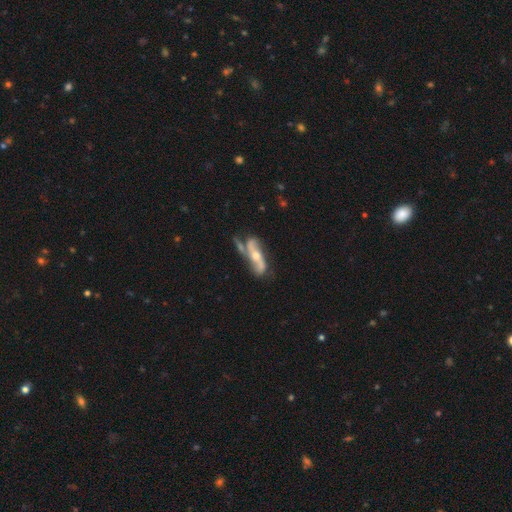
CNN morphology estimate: Smooth or featured?
  - featured or disk: 74% *
  - smooth: 20%
  - star or artifact: 6%
Edge-on disk?
  - no: 78% *
  - yes: 22%
Bar?
  - no: 56% *
  - weak: 25%
  - strong: 19%
Spiral arms?
  - yes: 82% *
  - no: 18%
Bulge size?
  - moderate: 63% *
  - small: 30%
  - large: 4%
  - none: 2%
  - dominant: 1%
Merging?
  - none: 39% *
  - merger: 23%
  - minor disturbance: 22%
  - major disturbance: 17%